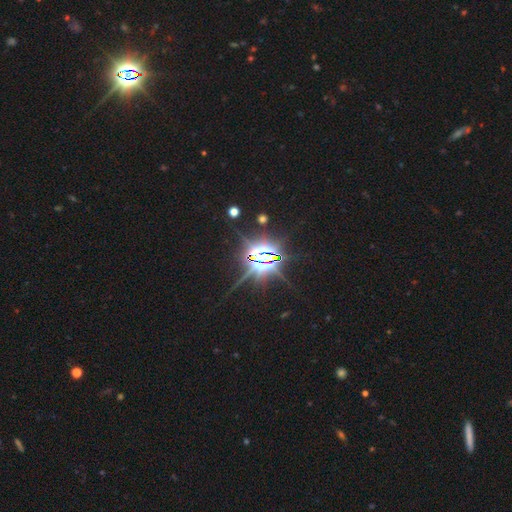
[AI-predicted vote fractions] star or artifact 80%, featured or disk 12%, smooth 8%.